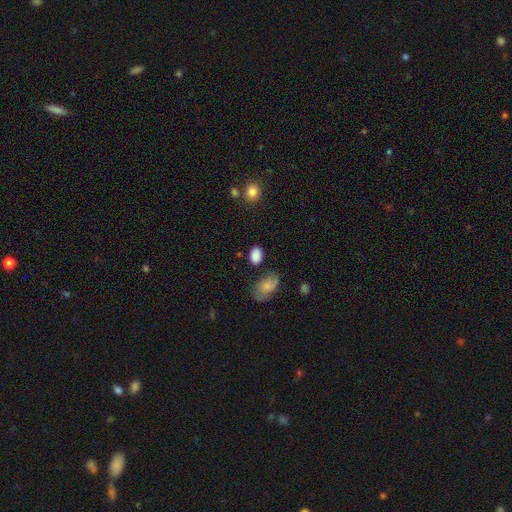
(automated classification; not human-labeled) smooth_or_featured: smooth (p=0.86) [alt: star or artifact p=0.09]
how_rounded: in between (p=0.81) [alt: round p=0.17]
merging: none (p=0.77) [alt: minor disturbance p=0.14]